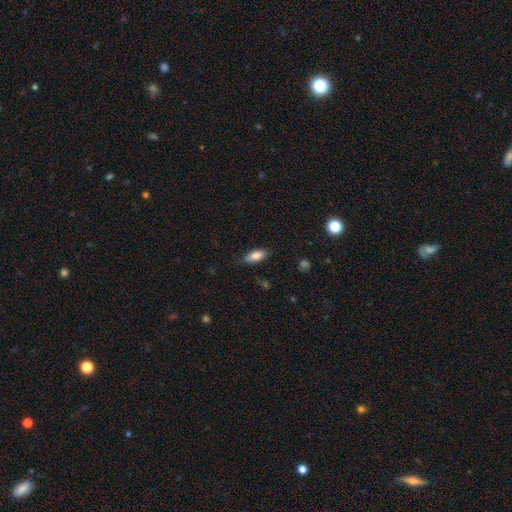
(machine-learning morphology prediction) Smooth or featured?
  - smooth: 83% *
  - featured or disk: 10%
  - star or artifact: 7%
How rounded?
  - in between: 81% *
  - cigar-shaped: 17%
  - round: 2%
Merging?
  - none: 79% *
  - minor disturbance: 17%
  - major disturbance: 3%
  - merger: 1%